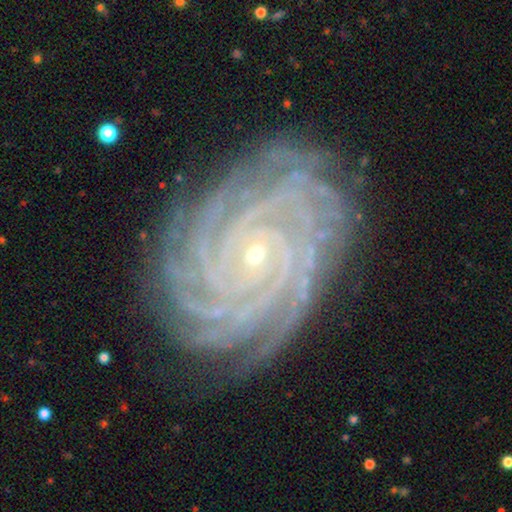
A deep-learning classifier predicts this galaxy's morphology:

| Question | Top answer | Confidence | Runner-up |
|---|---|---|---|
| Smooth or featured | featured or disk | 91% | star or artifact (5%) |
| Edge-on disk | no | 98% | yes (2%) |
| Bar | no | 71% | weak (18%) |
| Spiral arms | yes | 99% | no (1%) |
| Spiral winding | tight | 89% | medium (9%) |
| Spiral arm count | more than 4 | 44% | 4 (19%) |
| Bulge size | small | 86% | moderate (11%) |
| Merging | none | 85% | minor disturbance (12%) |